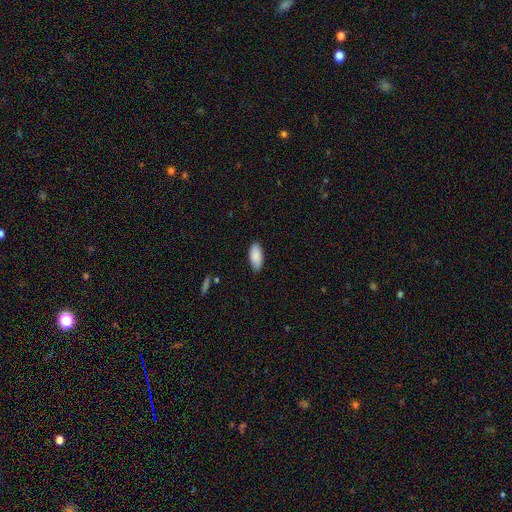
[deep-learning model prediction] Morphology: type=smooth (88%); roundness=in between (90%); merging=none (84%).